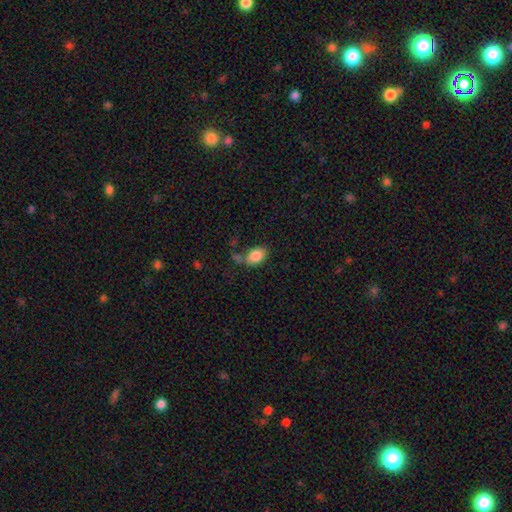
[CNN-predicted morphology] Q: Smooth or featured?
A: smooth (85%); runner-up: star or artifact (8%)
Q: How rounded?
A: in between (87%); runner-up: round (12%)
Q: Merging?
A: none (57%); runner-up: minor disturbance (18%)